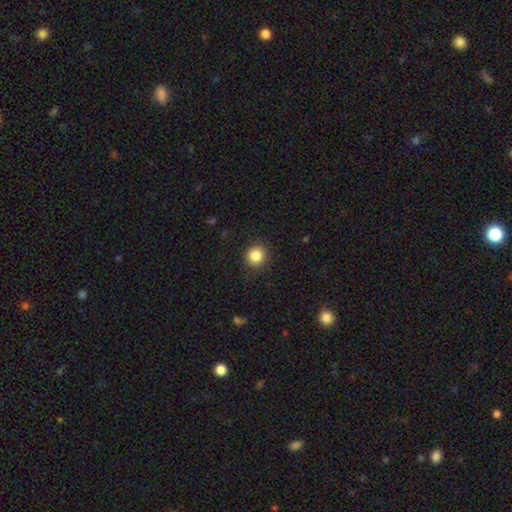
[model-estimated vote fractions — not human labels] Smooth or featured? smooth (85%)
How rounded? round (92%)
Merging? none (89%)